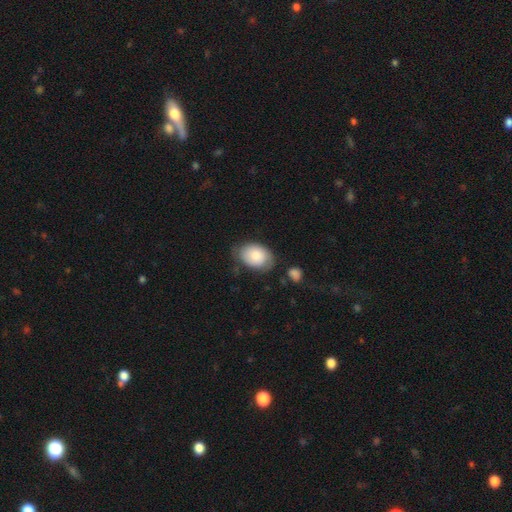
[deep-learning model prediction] Smooth or featured? smooth (76%)
How rounded? in between (78%)
Merging? none (62%)